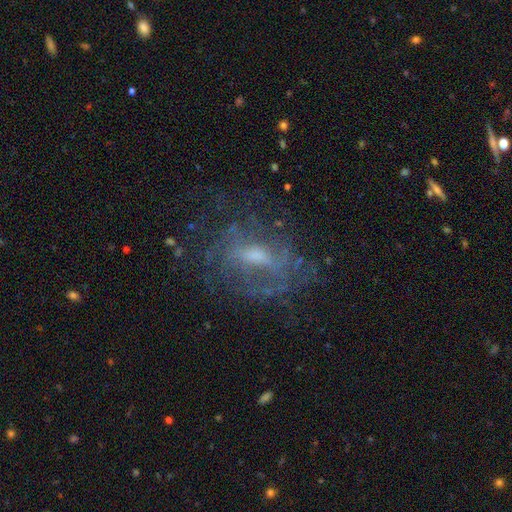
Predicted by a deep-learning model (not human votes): A featured or disk galaxy (73%) with a weak bar (49%), spiral arms (67%) and a moderate central bulge (45%). Merging: none (61%).